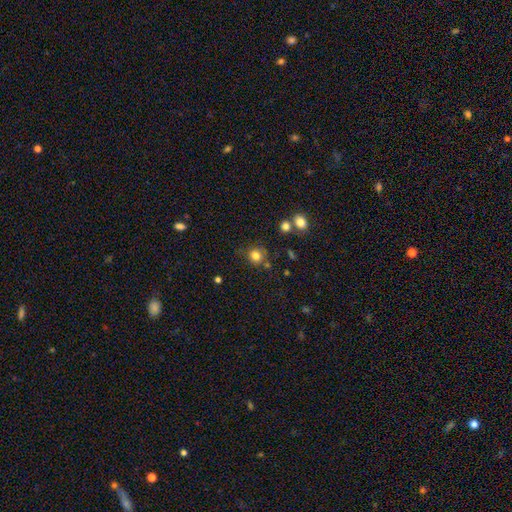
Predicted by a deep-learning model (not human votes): This appears to be a smooth galaxy with no disk features (81%) that is round (88%). Merging: none (75%).